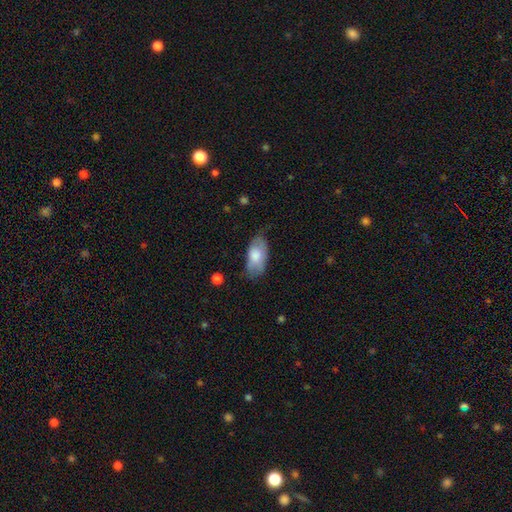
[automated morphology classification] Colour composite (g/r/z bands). It shows a smooth galaxy with no disk features (73%) that is in between round and cigar-shaped (93%). Merging: none (55%).